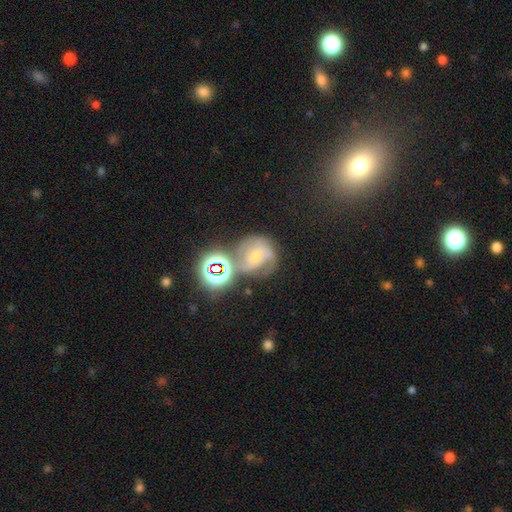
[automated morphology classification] Smooth or featured?
  - featured or disk: 63% *
  - star or artifact: 20%
  - smooth: 17%
Edge-on disk?
  - no: 97% *
  - yes: 3%
Bar?
  - no: 51% *
  - weak: 35%
  - strong: 14%
Spiral arms?
  - yes: 92% *
  - no: 8%
Spiral winding?
  - medium: 46% *
  - tight: 41%
  - loose: 13%
Spiral arm count?
  - 2: 40% *
  - 3: 27%
  - can't tell: 19%
  - 1: 6%
  - 4: 4%
  - more than 4: 4%
Bulge size?
  - small: 55% *
  - moderate: 36%
  - none: 4%
  - large: 3%
  - dominant: 2%
Merging?
  - none: 47% *
  - minor disturbance: 20%
  - merger: 18%
  - major disturbance: 15%